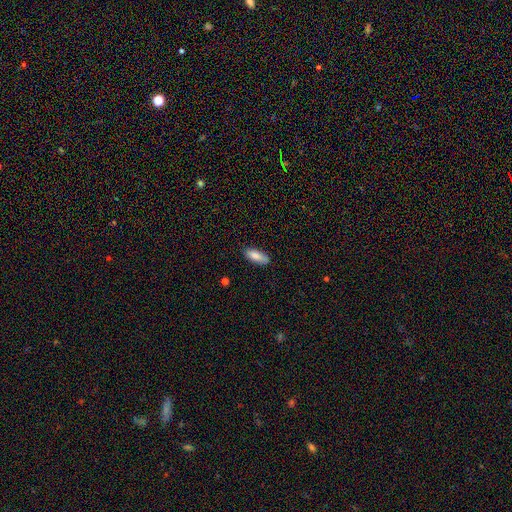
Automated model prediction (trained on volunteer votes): This appears to be a smooth galaxy with no disk features (85%) that is in between round and cigar-shaped (72%). Merging: none (82%).